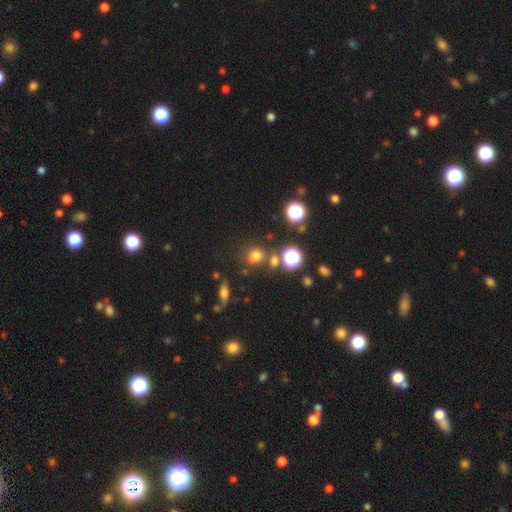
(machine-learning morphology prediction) Smooth or featured?
  - smooth: 68% *
  - star or artifact: 24%
  - featured or disk: 8%
How rounded?
  - round: 67% *
  - in between: 31%
  - cigar-shaped: 2%
Merging?
  - none: 68% *
  - minor disturbance: 13%
  - merger: 13%
  - major disturbance: 6%